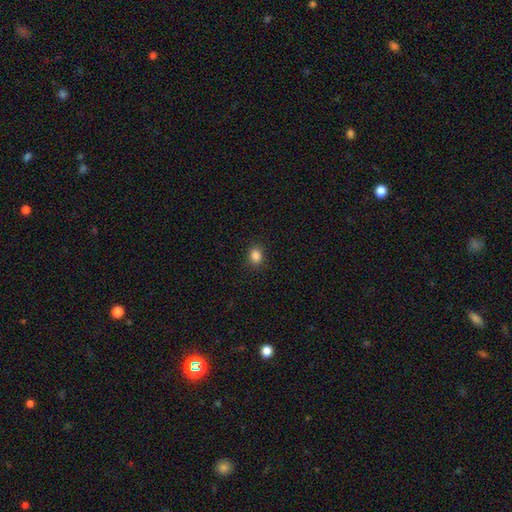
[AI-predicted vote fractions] The model was most divided on "how rounded": in between: 50%, round: 49%, cigar-shaped: 1%. More confident: merging — none (88%); smooth or featured — smooth (86%).